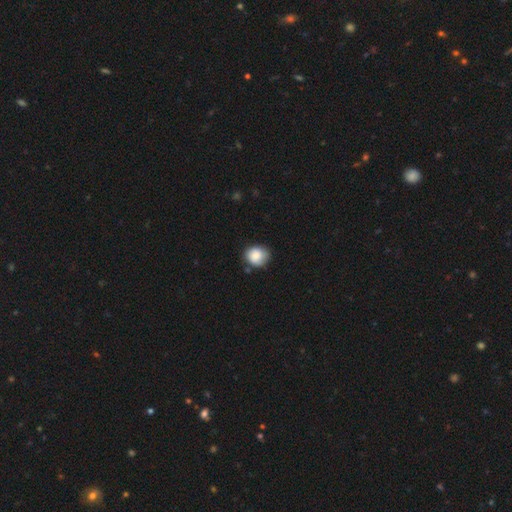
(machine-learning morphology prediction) A smooth galaxy with no disk features (83%) that is round (78%). Merging: none (72%).